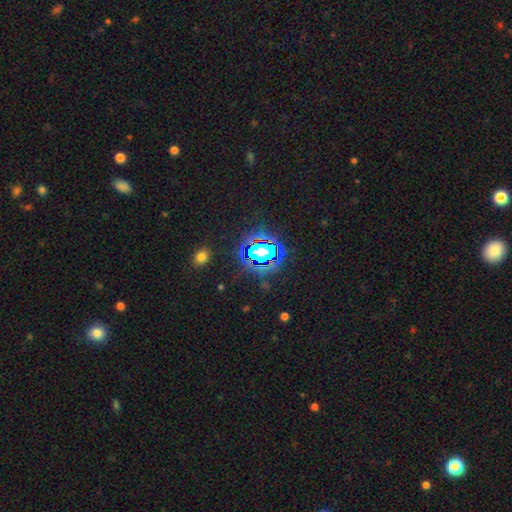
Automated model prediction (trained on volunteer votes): The model was most divided on "smooth or featured": star or artifact: 75%, smooth: 16%, featured or disk: 9%.